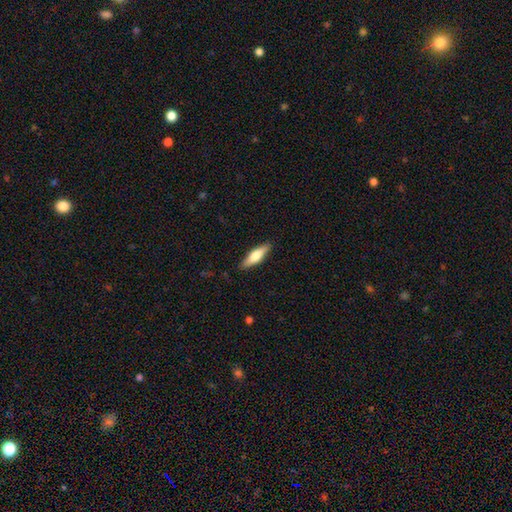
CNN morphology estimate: type=smooth (58%); roundness=cigar-shaped (61%); merging=none (87%).